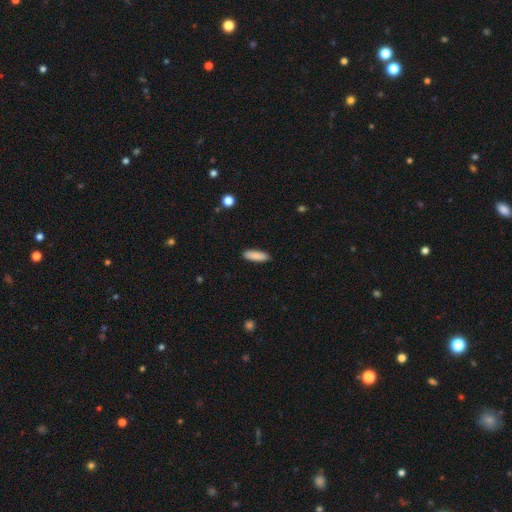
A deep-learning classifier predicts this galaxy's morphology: Q: Smooth or featured?
A: smooth (88%); runner-up: star or artifact (6%)
Q: How rounded?
A: cigar-shaped (58%); runner-up: in between (40%)
Q: Merging?
A: none (90%); runner-up: minor disturbance (7%)